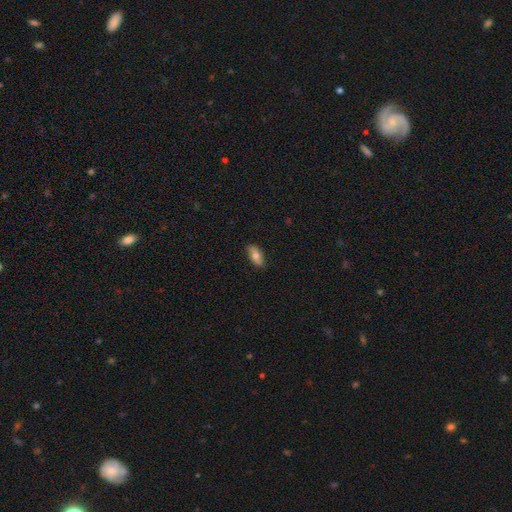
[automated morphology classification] smooth-or-featured: smooth: 71% | featured or disk: 22% | star or artifact: 7%
  how-rounded: in between: 84% | cigar-shaped: 12% | round: 4%
  merging: none: 84% | minor disturbance: 13% | major disturbance: 2% | merger: 1%